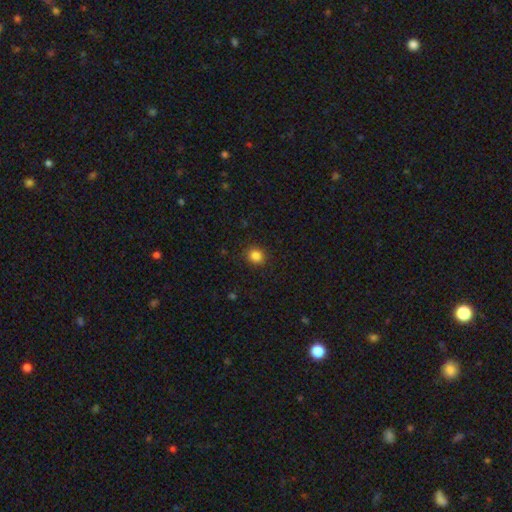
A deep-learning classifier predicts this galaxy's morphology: This is clearly a smooth galaxy (85%). How rounded: likely round (78%). Merging: clearly none (89%).